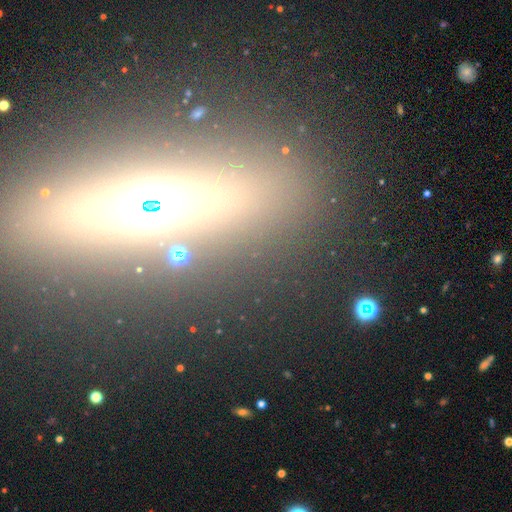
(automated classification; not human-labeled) Overall: featured or disk (43%; star or artifact 33%). Merging: none (86%).